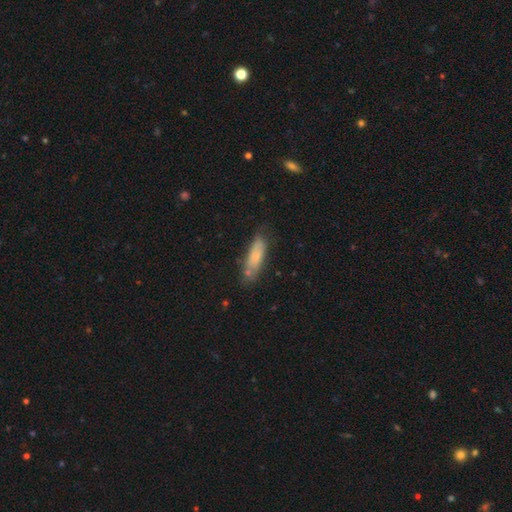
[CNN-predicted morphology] Smooth or featured: smooth — 75% (featured or disk — 17%)
How rounded: cigar-shaped — 54% (in between — 44%)
Merging: none — 63% (minor disturbance — 24%)